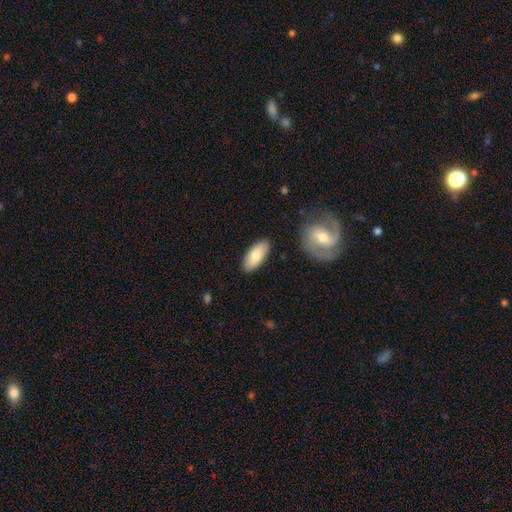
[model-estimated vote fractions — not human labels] smooth-or-featured: smooth: 79% | featured or disk: 15% | star or artifact: 6%
  how-rounded: in between: 88% | cigar-shaped: 10% | round: 2%
  merging: none: 85% | minor disturbance: 10% | merger: 2% | major disturbance: 2%